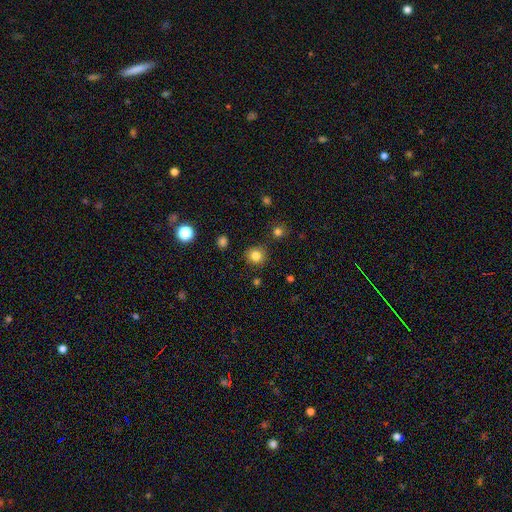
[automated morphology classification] smooth_or_featured: smooth (p=0.82) [alt: star or artifact p=0.13]
how_rounded: round (p=0.91) [alt: in between p=0.08]
merging: none (p=0.86) [alt: minor disturbance p=0.09]